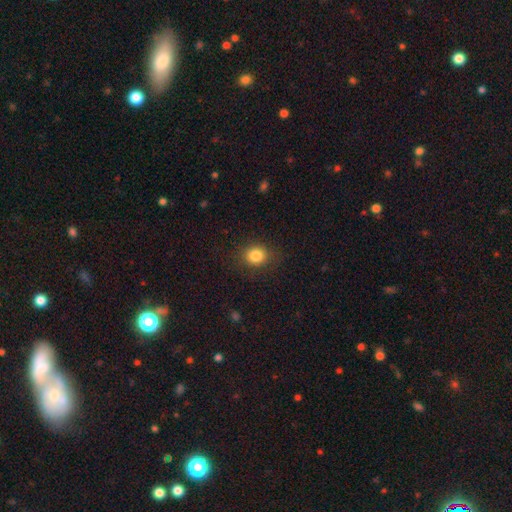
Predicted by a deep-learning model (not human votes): Overall: smooth (84%). How rounded: round (69%; in between 30%). Merging: none (83%).